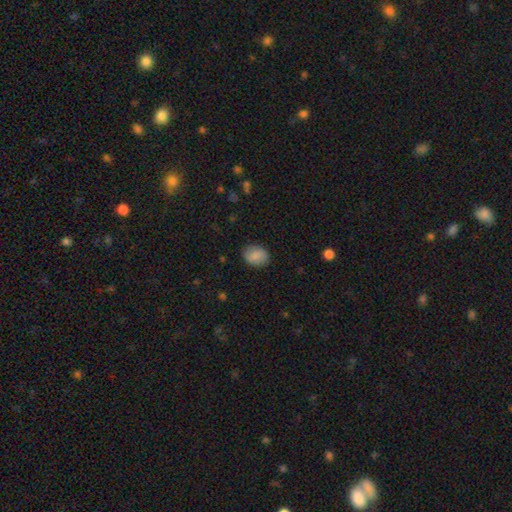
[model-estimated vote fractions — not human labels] A smooth galaxy with no disk features (84%) that is in between round and cigar-shaped (62%). Merging: none (86%).